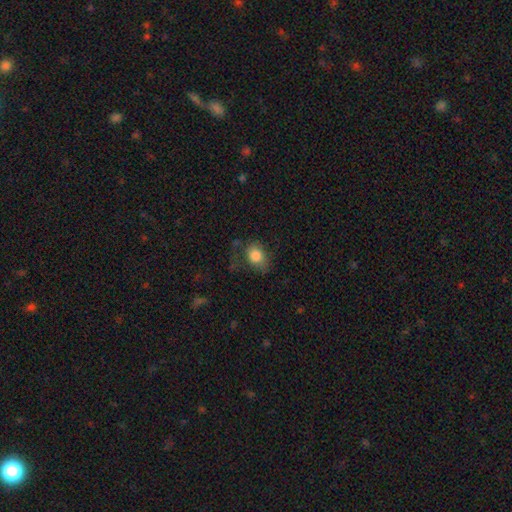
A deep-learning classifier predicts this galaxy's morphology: The model was most divided on "how rounded": in between: 61%, round: 38%, cigar-shaped: 1%. More confident: smooth or featured — smooth (81%); merging — none (54%).